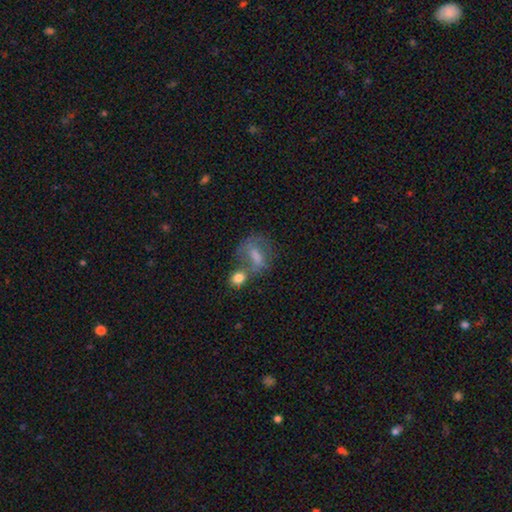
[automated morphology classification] smooth 50%, featured or disk 35%, star or artifact 15%. Down the decision tree: merging — none (41%).